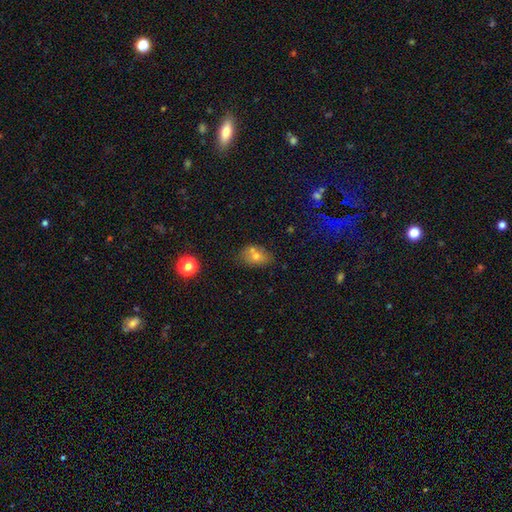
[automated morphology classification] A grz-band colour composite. It shows a smooth galaxy with no disk features (67%) that is in between round and cigar-shaped (76%). Merging: none (52%).